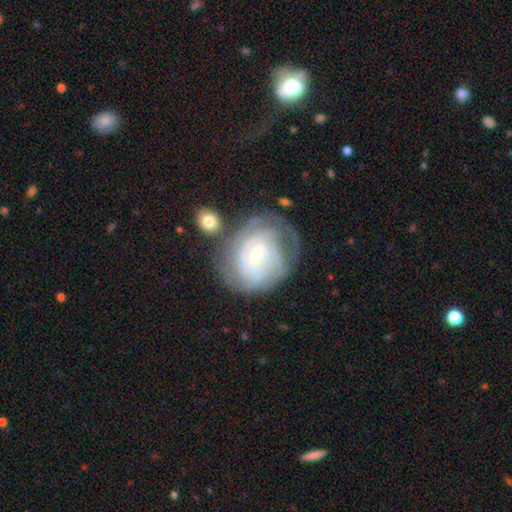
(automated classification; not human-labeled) Morphology: type=featured or disk (85%); edge-on=no (97%); bar=no (54%); spiral arms=yes (93%); winding=tight (74%); arm count=can't tell (41%); bulge=small (49%); merging=none (58%).